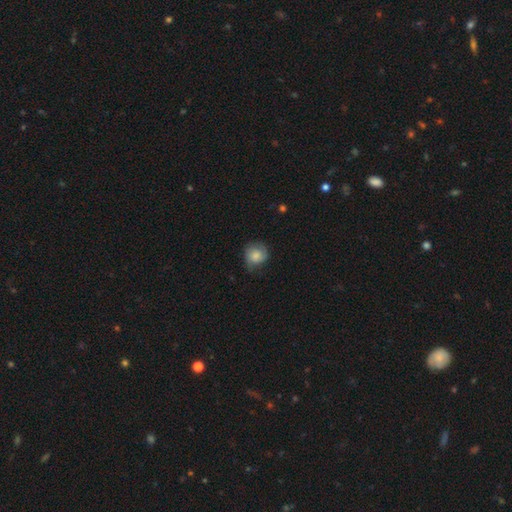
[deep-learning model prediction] This appears to be a smooth galaxy with no disk features (73%) that is round (82%). Merging: none (62%).